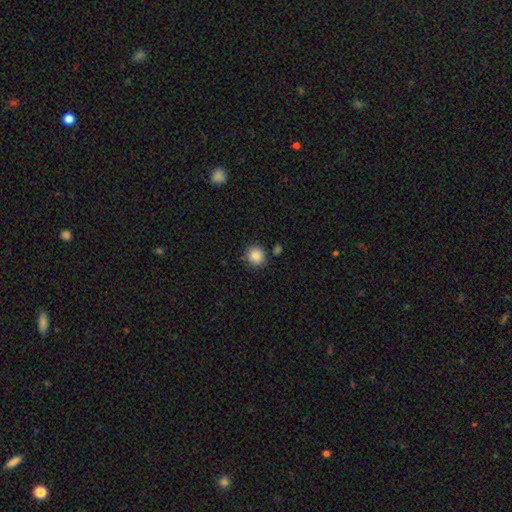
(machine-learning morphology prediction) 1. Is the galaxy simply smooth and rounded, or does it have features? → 87% smooth, 9% star or artifact, 4% featured or disk.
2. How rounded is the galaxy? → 89% round, 10% in between, 1% cigar-shaped.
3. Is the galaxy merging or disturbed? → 82% none, 11% minor disturbance, 4% merger, 3% major disturbance.